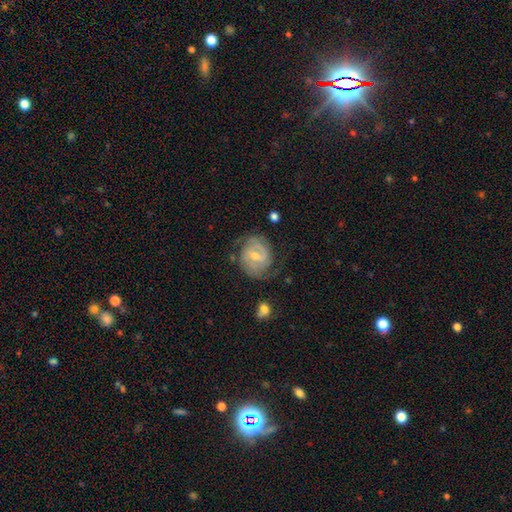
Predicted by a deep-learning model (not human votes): Smooth or featured: featured or disk — 78% (smooth — 17%)
Edge-on disk: no — 97% (yes — 3%)
Bar: weak — 57% (no — 27%)
Spiral arms: yes — 90% (no — 10%)
Spiral winding: tight — 48% (medium — 38%)
Spiral arm count: 2 — 62% (can't tell — 21%)
Bulge size: moderate — 48% (small — 47%)
Merging: none — 61% (minor disturbance — 23%)